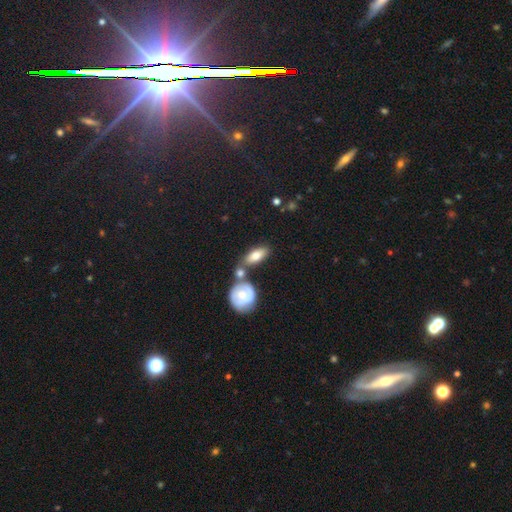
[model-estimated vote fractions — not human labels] This appears to be a smooth galaxy with no disk features (68%) that is in between round and cigar-shaped (78%). Merging: none (56%).